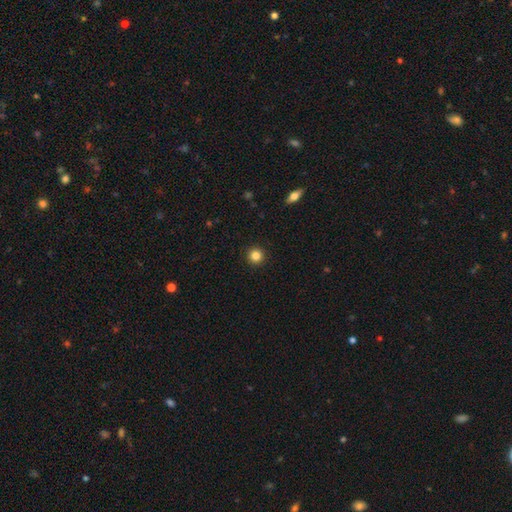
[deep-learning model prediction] A smooth galaxy with no disk features (84%) that is round (96%). Merging: none (93%).